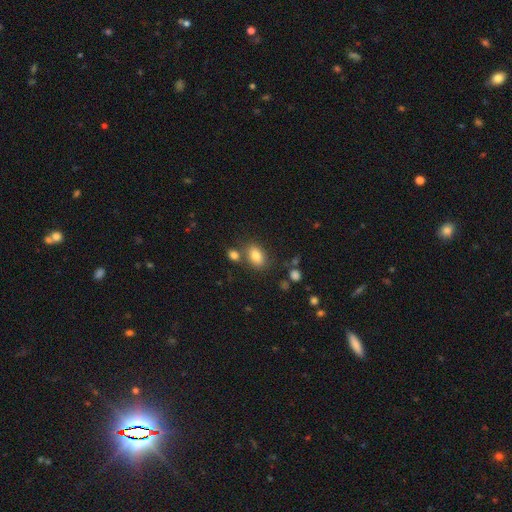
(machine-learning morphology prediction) smooth-or-featured: smooth: 81% | featured or disk: 10% | star or artifact: 9%
  how-rounded: in between: 85% | round: 13% | cigar-shaped: 3%
  merging: none: 65% | merger: 17% | minor disturbance: 13% | major disturbance: 4%